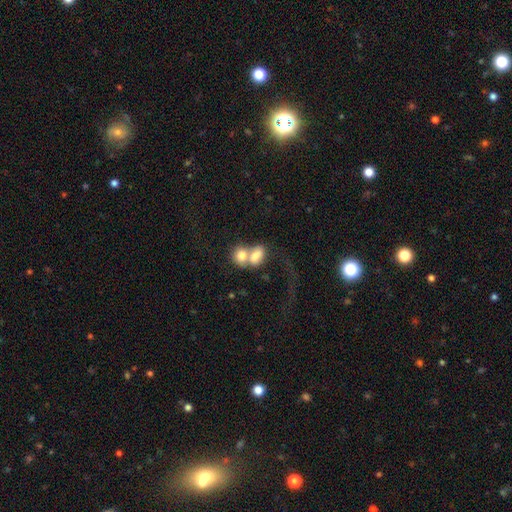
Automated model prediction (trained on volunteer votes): smooth 70%, featured or disk 21%, star or artifact 9%. Down the decision tree: how rounded — in between (69%); merging — merger (74%).